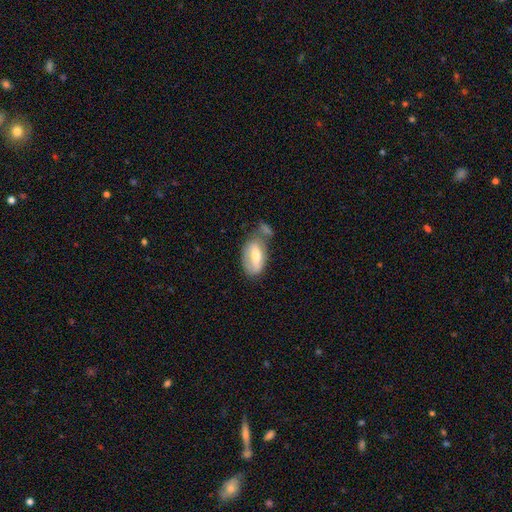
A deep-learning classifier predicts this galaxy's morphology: Smooth or featured?
  - smooth: 49% *
  - featured or disk: 45%
  - star or artifact: 6%
Merging?
  - none: 40% *
  - merger: 26%
  - minor disturbance: 23%
  - major disturbance: 11%